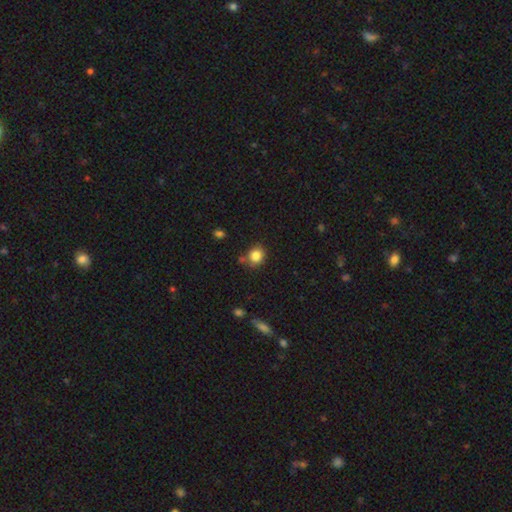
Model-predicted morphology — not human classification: A smooth galaxy with no disk features (84%) that is round (73%).

Vote fractions:
- Smooth or featured? smooth: 84% / star or artifact: 10% / featured or disk: 5%
- How rounded? round: 73% / in between: 26% / cigar-shaped: 1%
- Merging? none: 74% / minor disturbance: 14% / merger: 8% / major disturbance: 4%